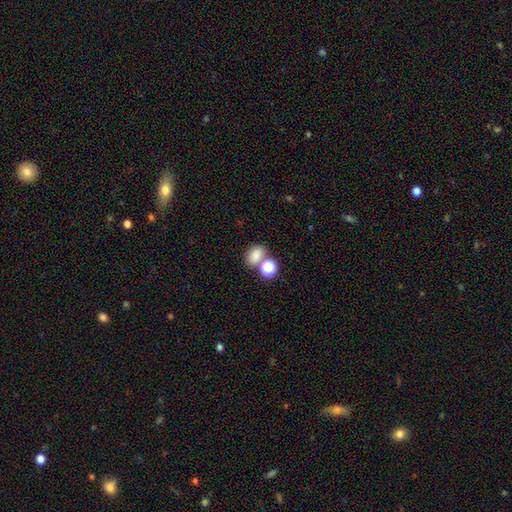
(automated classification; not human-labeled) Smooth or featured? smooth (79%)
How rounded? in between (69%)
Merging? none (56%)